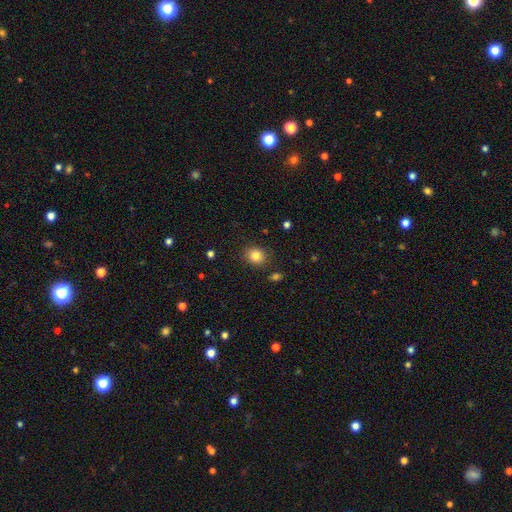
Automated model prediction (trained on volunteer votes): Smooth or featured? Predicted: smooth (p=0.83). How rounded? Predicted: round (p=0.70). Merging? Predicted: none (p=0.85).